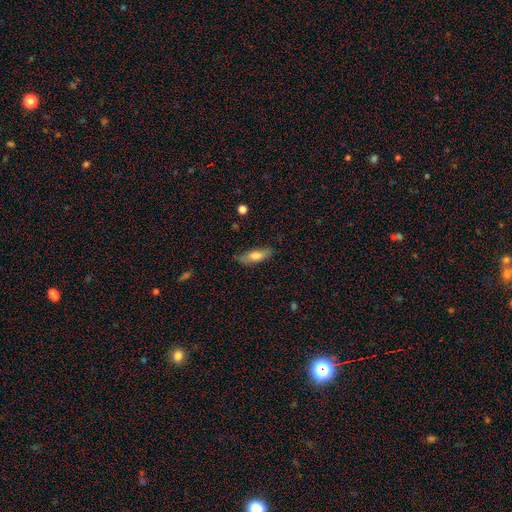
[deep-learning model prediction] This is likely a smooth galaxy (70%). How rounded: possibly in between (59%). Merging: likely none (74%).